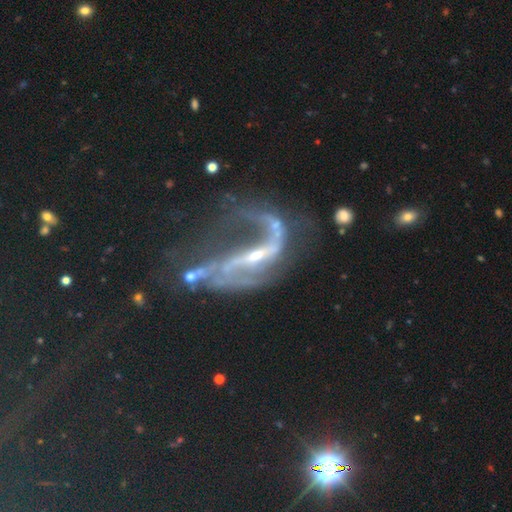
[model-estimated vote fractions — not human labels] A featured or disk galaxy (73%) with a strong bar (35%), 2 (73%) loose (67%) spiral arms (84%) and a small central bulge (72%).

Vote fractions:
- Smooth or featured? featured or disk: 73% / star or artifact: 19% / smooth: 8%
- Edge-on disk? no: 88% / yes: 12%
- Bar? strong: 35% / weak: 33% / no: 32%
- Spiral arms? yes: 84% / no: 16%
- Spiral winding? loose: 67% / medium: 21% / tight: 11%
- Spiral arm count? 2: 73% / 1: 13% / can't tell: 7% / 3: 3% / 4: 2% / more than 4: 2%
- Bulge size? small: 72% / moderate: 19% / none: 6% / large: 2% / dominant: 2%
- Merging? major disturbance: 38% / none: 32% / minor disturbance: 19% / merger: 12%